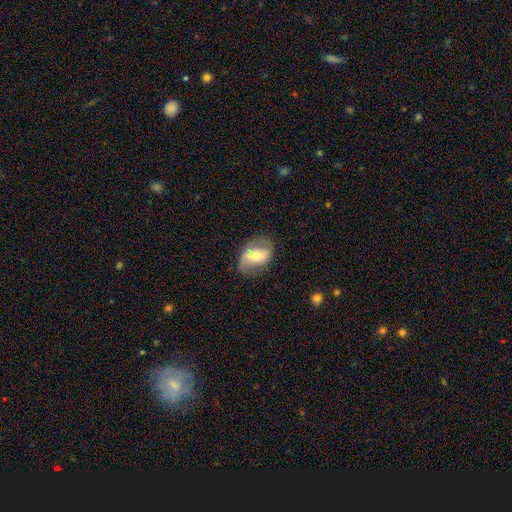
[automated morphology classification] This appears to be a featured or disk galaxy (58%) with a strong bar (38%), spiral arms (70%) and a moderate central bulge (47%). Merging: none (65%).